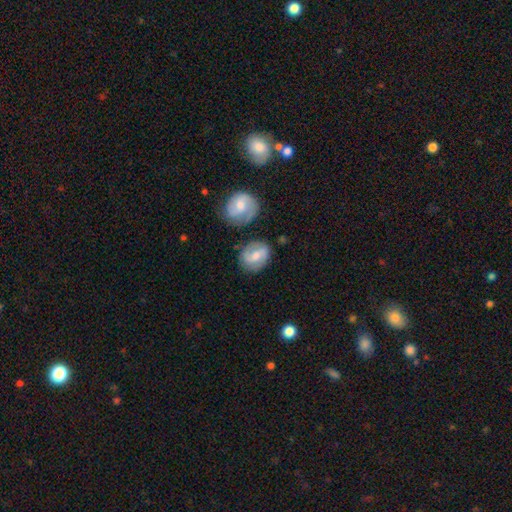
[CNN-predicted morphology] This appears to be a featured or disk galaxy (54%) with a weak bar (51%), spiral arms (85%) and a moderate central bulge (57%). Merging: none (71%).